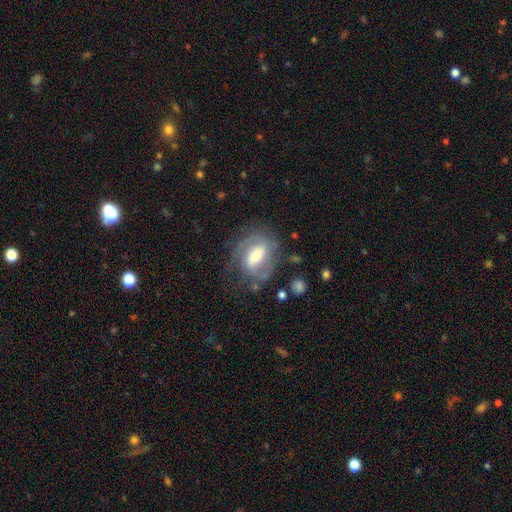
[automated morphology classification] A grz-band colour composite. It shows a featured or disk galaxy (71%) with a weak bar (46%), 2 (60%) tight (43%) spiral arms (84%) and a moderate central bulge (58%). Merging: none (61%).